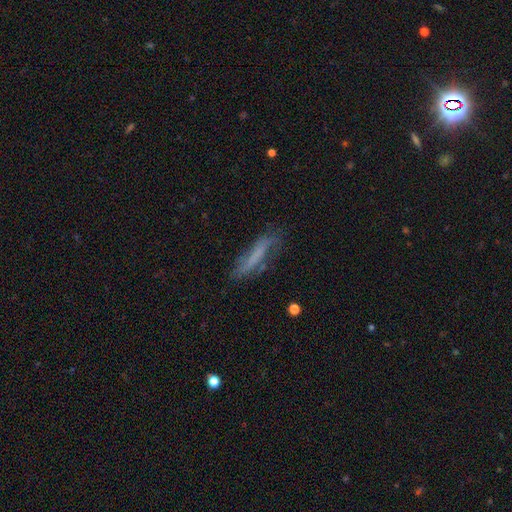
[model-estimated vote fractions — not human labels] Smooth or featured?
  - smooth: 48% *
  - featured or disk: 42%
  - star or artifact: 11%
Merging?
  - none: 58% *
  - minor disturbance: 26%
  - major disturbance: 12%
  - merger: 3%